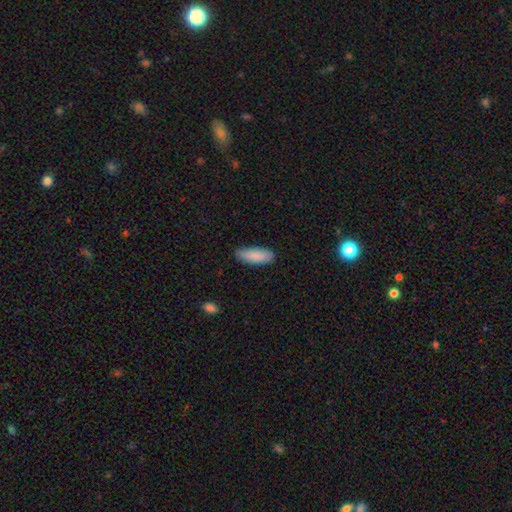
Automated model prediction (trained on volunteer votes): This appears to be a smooth galaxy with no disk features (88%) that is in between round and cigar-shaped (71%). Merging: none (84%).